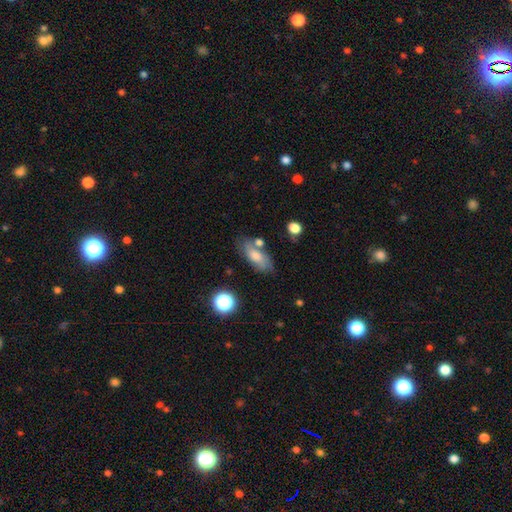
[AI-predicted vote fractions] smooth 69%, featured or disk 21%, star or artifact 9%. Down the decision tree: how rounded — in between (81%); merging — none (63%).